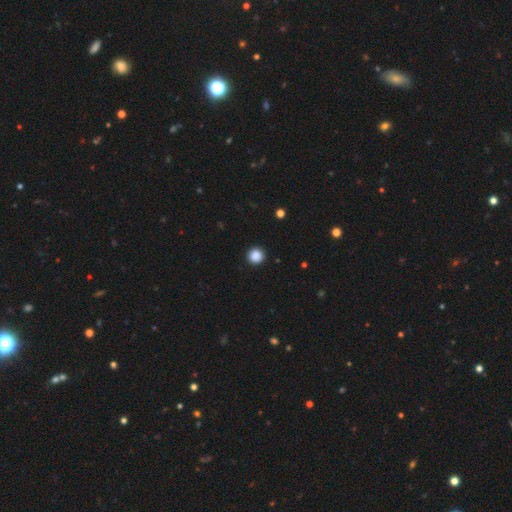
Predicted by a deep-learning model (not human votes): Morphology: type=smooth (87%); roundness=round (95%); merging=none (92%).